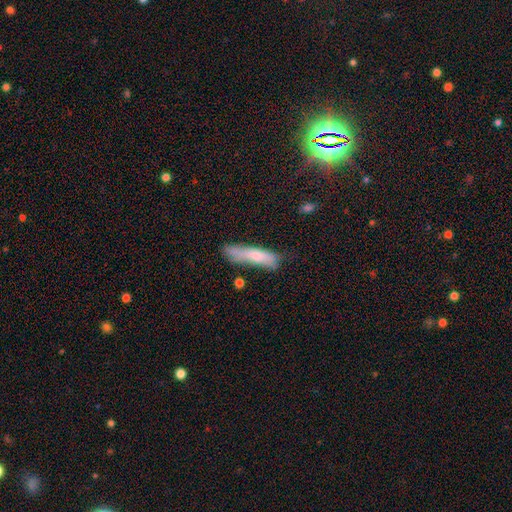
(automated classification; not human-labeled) The model was most divided on "merging": none: 55%, minor disturbance: 29%, major disturbance: 10%, merger: 7%. More confident: how rounded — cigar-shaped (80%); smooth or featured — smooth (70%).